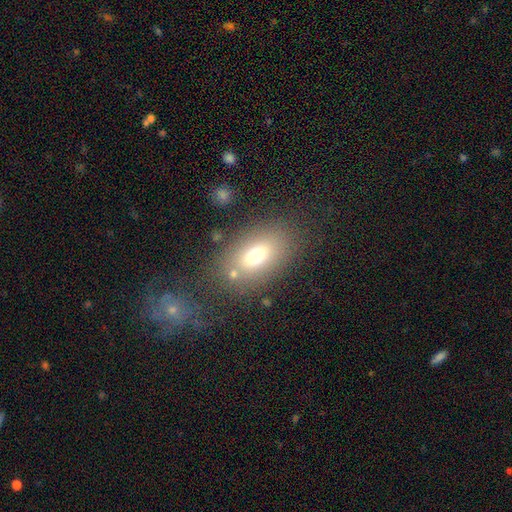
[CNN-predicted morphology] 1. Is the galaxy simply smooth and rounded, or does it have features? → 71% smooth, 17% featured or disk, 12% star or artifact.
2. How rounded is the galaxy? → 84% in between, 13% round, 2% cigar-shaped.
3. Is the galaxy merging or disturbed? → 73% none, 13% minor disturbance, 8% merger, 6% major disturbance.